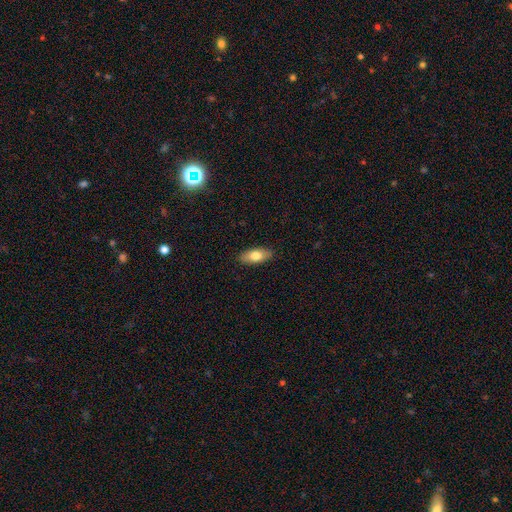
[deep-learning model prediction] Smooth or featured? smooth (78%)
How rounded? in between (85%)
Merging? none (89%)